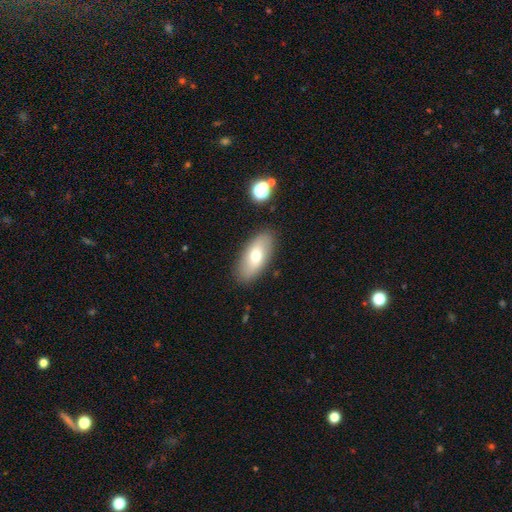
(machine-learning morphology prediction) type=smooth (66%); roundness=in between (88%); merging=none (87%).